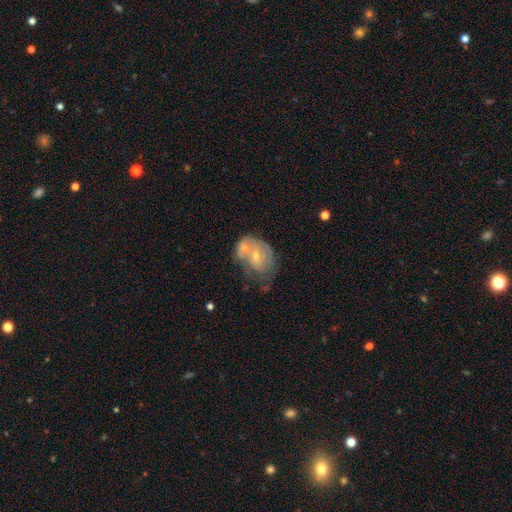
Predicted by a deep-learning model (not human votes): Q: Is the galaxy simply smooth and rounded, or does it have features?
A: featured or disk — 58%.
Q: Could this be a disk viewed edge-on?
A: no — 96%.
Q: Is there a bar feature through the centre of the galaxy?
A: no — 69%.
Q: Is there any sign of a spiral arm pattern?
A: yes — 53%.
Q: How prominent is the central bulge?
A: small — 59%.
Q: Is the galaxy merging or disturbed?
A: merger — 54%.